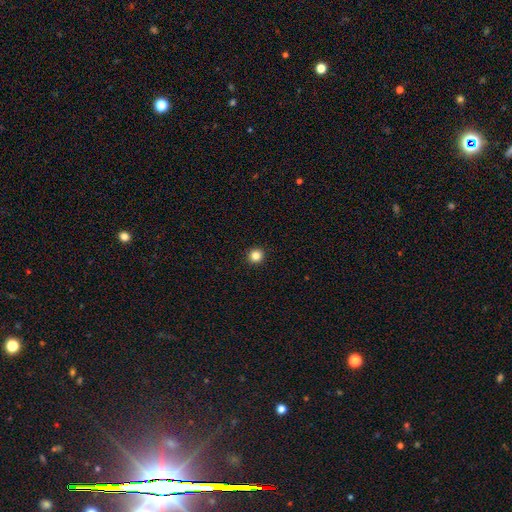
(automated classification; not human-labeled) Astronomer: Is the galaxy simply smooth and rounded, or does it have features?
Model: smooth — 85%.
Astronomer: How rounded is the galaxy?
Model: round — 94%.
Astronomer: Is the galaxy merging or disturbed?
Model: none — 94%.